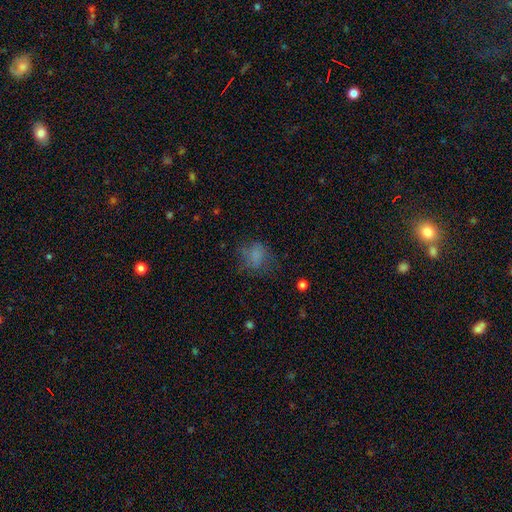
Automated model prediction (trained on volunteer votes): smooth-or-featured: smooth: 72% | featured or disk: 14% | star or artifact: 14%
  how-rounded: round: 58% | in between: 41% | cigar-shaped: 1%
  merging: none: 57% | minor disturbance: 23% | major disturbance: 18% | merger: 2%